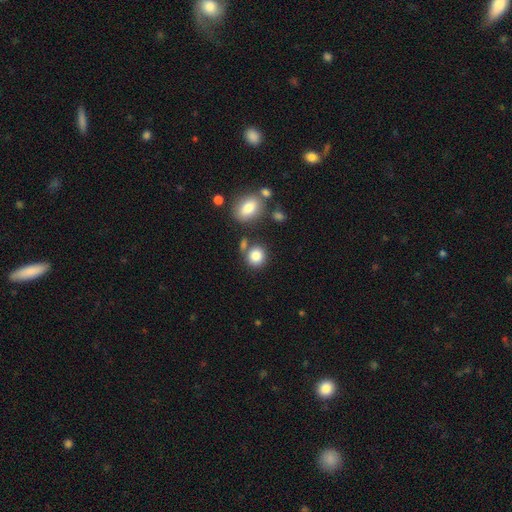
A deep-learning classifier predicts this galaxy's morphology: Smooth or featured?
  - smooth: 85% *
  - star or artifact: 10%
  - featured or disk: 6%
How rounded?
  - round: 77% *
  - in between: 22%
  - cigar-shaped: 1%
Merging?
  - none: 70% *
  - merger: 14%
  - minor disturbance: 12%
  - major disturbance: 4%